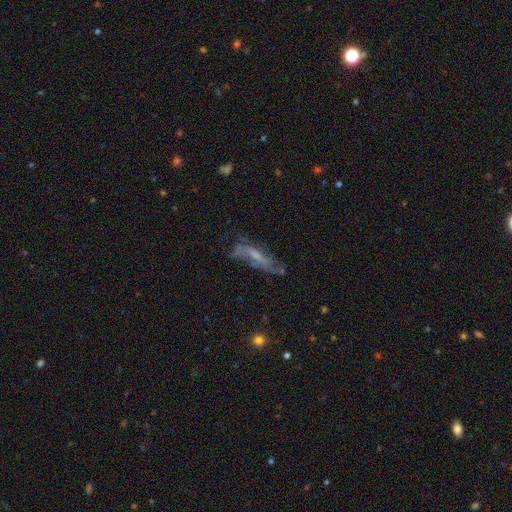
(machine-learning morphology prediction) A featured or disk galaxy (60%). Merging: none (50%).